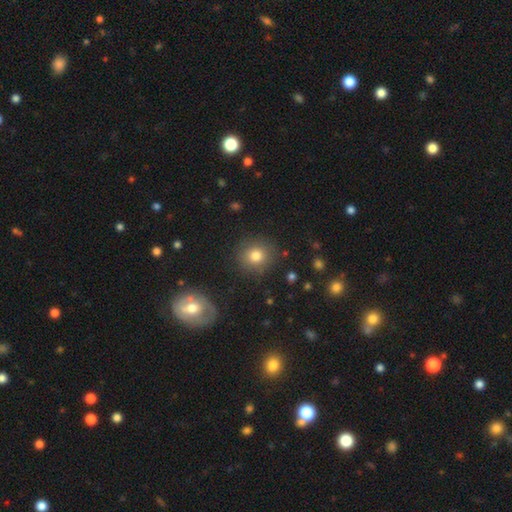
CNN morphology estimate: Smooth or featured?
  - smooth: 80% *
  - star or artifact: 12%
  - featured or disk: 8%
How rounded?
  - round: 87% *
  - in between: 12%
  - cigar-shaped: 1%
Merging?
  - none: 86% *
  - minor disturbance: 8%
  - major disturbance: 3%
  - merger: 2%